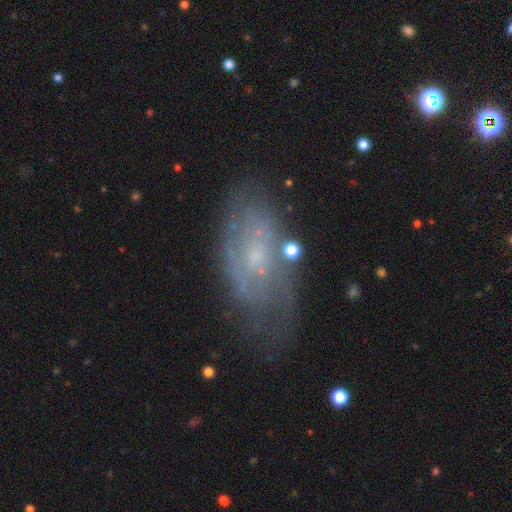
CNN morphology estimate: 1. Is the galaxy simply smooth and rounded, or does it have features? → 69% featured or disk, 22% smooth, 8% star or artifact.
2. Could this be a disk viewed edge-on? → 93% no, 7% yes.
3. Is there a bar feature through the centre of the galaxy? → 66% no, 30% weak, 4% strong.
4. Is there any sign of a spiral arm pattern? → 75% yes, 25% no.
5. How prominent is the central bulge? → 64% small, 20% moderate, 14% none, 1% large, 1% dominant.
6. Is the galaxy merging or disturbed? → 63% none, 23% minor disturbance, 10% major disturbance, 4% merger.